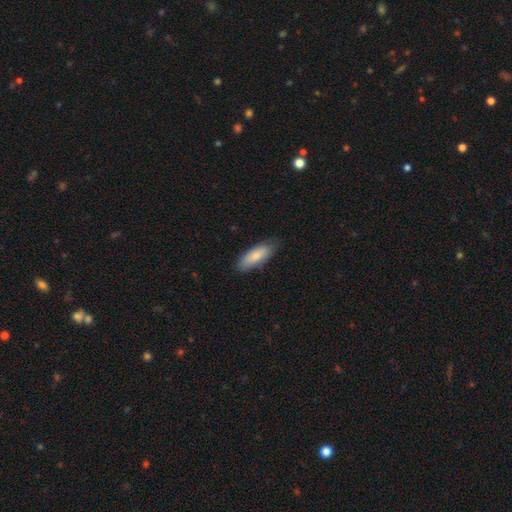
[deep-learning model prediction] Q: Smooth or featured?
A: smooth (80%); runner-up: featured or disk (15%)
Q: How rounded?
A: in between (67%); runner-up: cigar-shaped (31%)
Q: Merging?
A: none (79%); runner-up: minor disturbance (17%)